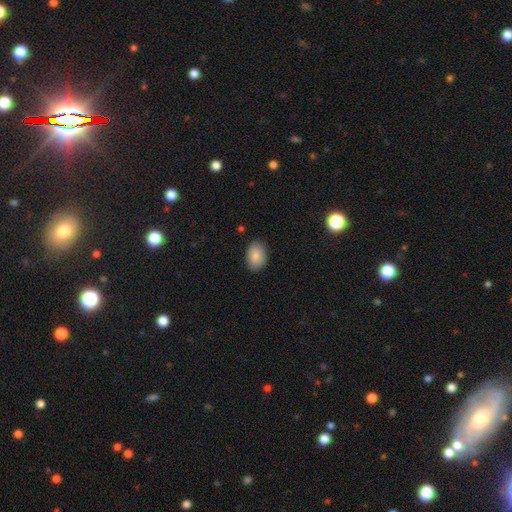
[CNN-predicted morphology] The model was most divided on "how rounded": in between: 84%, round: 15%, cigar-shaped: 1%. More confident: merging — none (87%); smooth or featured — smooth (86%).